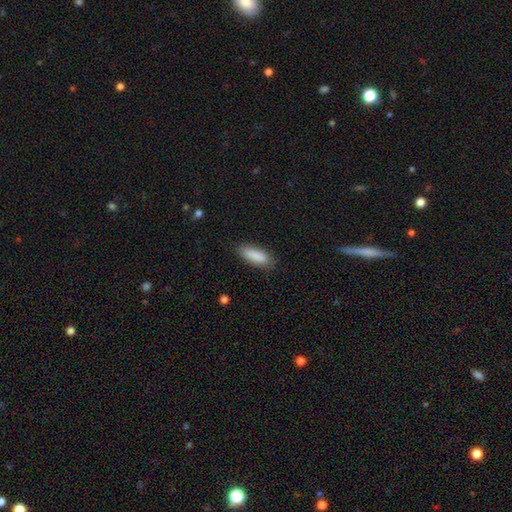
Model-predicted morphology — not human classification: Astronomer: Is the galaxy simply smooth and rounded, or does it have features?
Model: smooth — 88%.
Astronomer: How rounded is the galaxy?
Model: in between — 61% (runner-up: cigar-shaped, 38%).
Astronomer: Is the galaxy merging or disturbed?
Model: none — 83%.